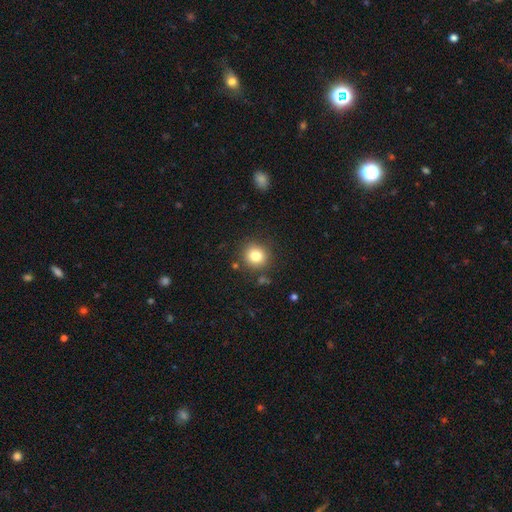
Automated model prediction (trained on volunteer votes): Overall: smooth (81%). How rounded: round (91%). Merging: none (87%).